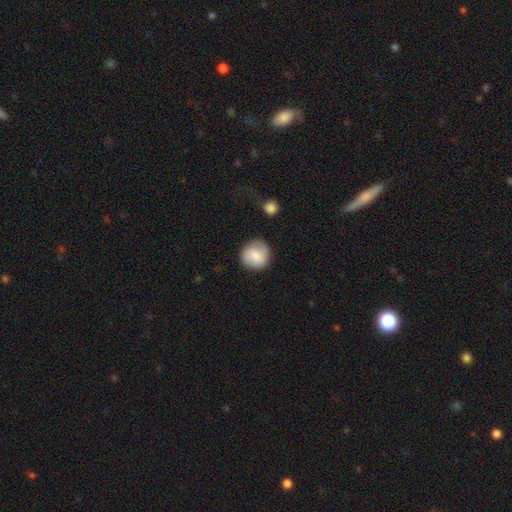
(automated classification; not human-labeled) A smooth galaxy with no disk features (70%) that is round (90%).

Vote fractions:
- Smooth or featured? smooth: 70% / featured or disk: 23% / star or artifact: 7%
- How rounded? round: 90% / in between: 9% / cigar-shaped: 1%
- Merging? none: 76% / minor disturbance: 17% / major disturbance: 5% / merger: 2%